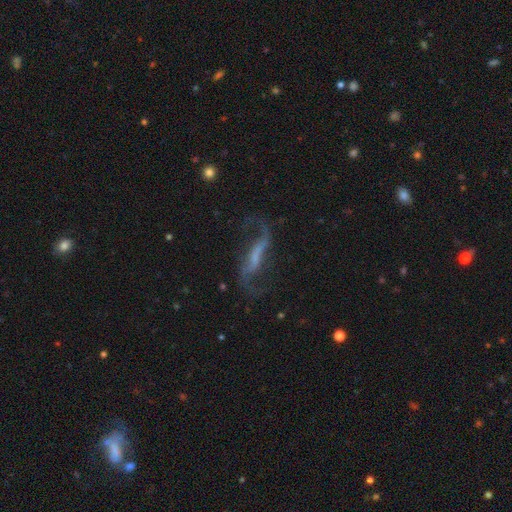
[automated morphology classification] Smooth or featured?
  - featured or disk: 79% *
  - smooth: 12%
  - star or artifact: 9%
Edge-on disk?
  - no: 84% *
  - yes: 16%
Bar?
  - strong: 52% *
  - weak: 31%
  - no: 17%
Spiral arms?
  - yes: 90% *
  - no: 10%
Spiral winding?
  - loose: 85% *
  - medium: 12%
  - tight: 4%
Spiral arm count?
  - 2: 89% *
  - 1: 5%
  - can't tell: 3%
  - 3: 1%
  - 4: 1%
  - more than 4: 1%
Bulge size?
  - none: 49% *
  - small: 30%
  - moderate: 15%
  - large: 4%
  - dominant: 2%
Merging?
  - none: 59% *
  - major disturbance: 21%
  - minor disturbance: 17%
  - merger: 3%